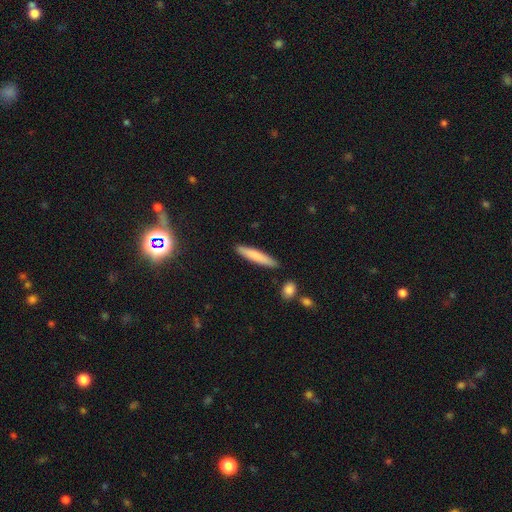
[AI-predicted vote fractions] A smooth galaxy with no disk features (78%) that is cigar-shaped (92%). Merging: none (88%).